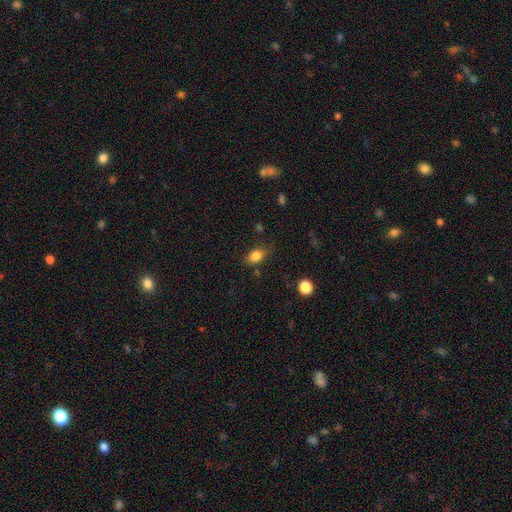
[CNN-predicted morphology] smooth-or-featured: smooth: 83% | star or artifact: 9% | featured or disk: 8%
  how-rounded: in between: 80% | round: 17% | cigar-shaped: 3%
  merging: none: 77% | minor disturbance: 16% | major disturbance: 4% | merger: 2%